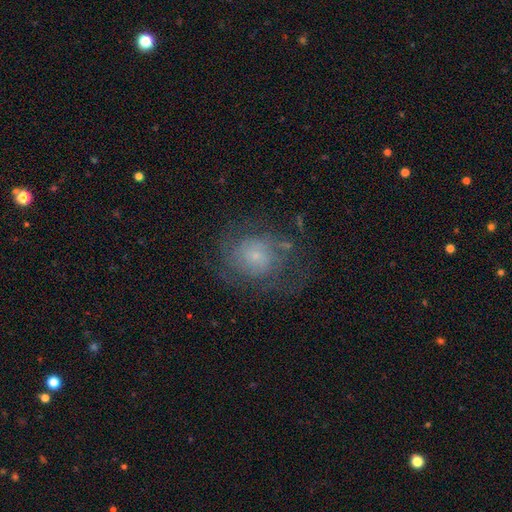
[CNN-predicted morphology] type=featured or disk (53%); edge-on=no (97%); bar=no (79%); spiral arms=yes (69%); bulge=small (72%); merging=none (58%).